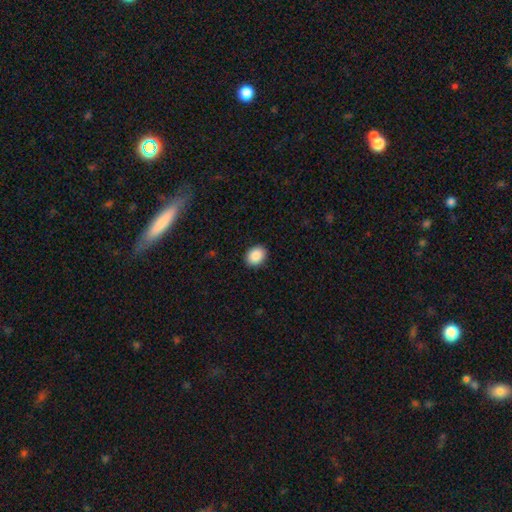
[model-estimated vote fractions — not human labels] Overall: smooth (90%). How rounded: in between (54%; round 46%). Merging: none (91%).